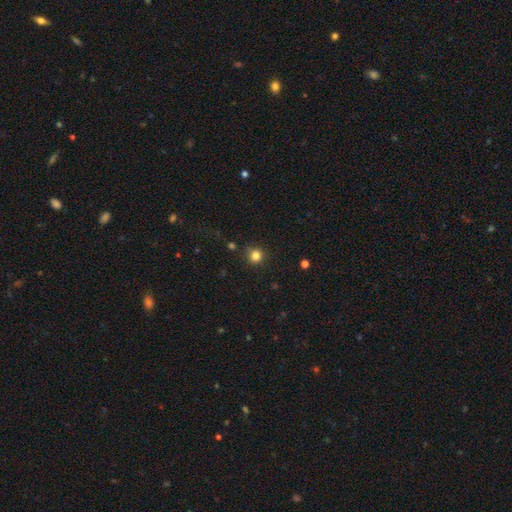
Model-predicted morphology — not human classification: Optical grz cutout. It shows a smooth galaxy with no disk features (82%) that is round (92%). Merging: none (84%).